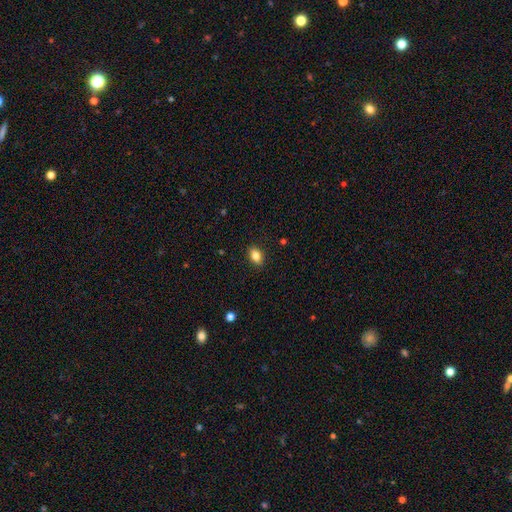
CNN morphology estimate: Smooth or featured? Predicted: smooth (p=0.84). How rounded? Predicted: in between (p=0.86). Merging? Predicted: none (p=0.88).